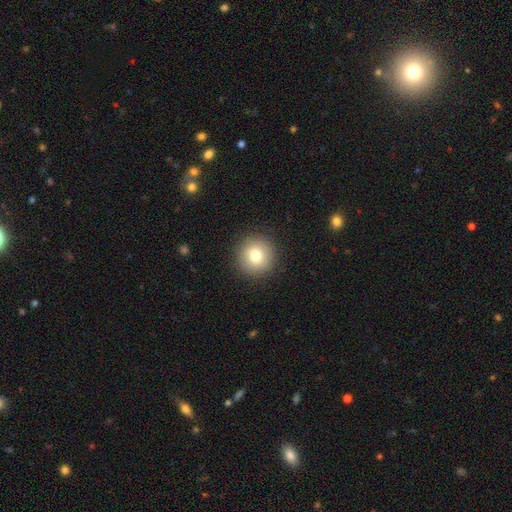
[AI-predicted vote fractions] Morphology: type=smooth (77%); roundness=round (95%); merging=none (91%).